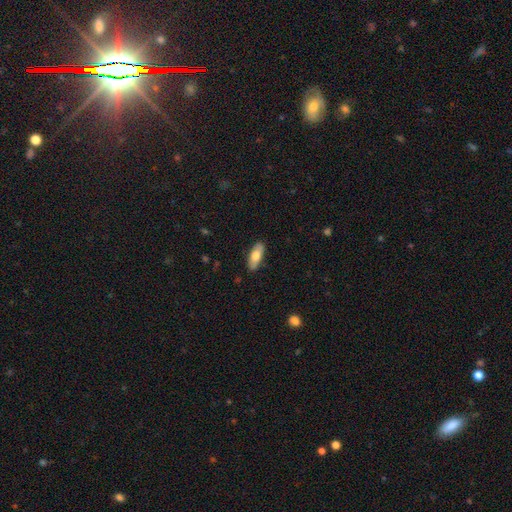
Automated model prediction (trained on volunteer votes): Smooth or featured? smooth (71%)
How rounded? in between (73%)
Merging? none (87%)